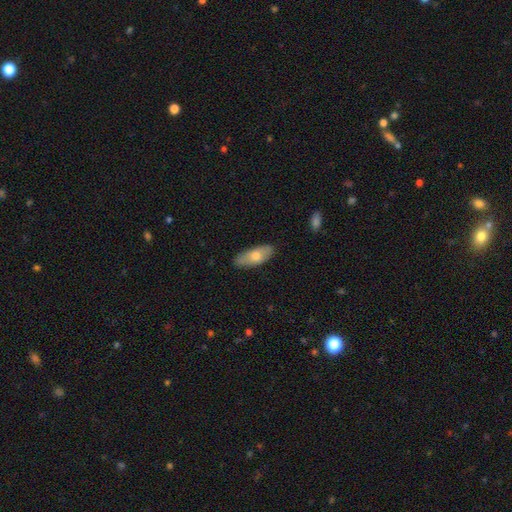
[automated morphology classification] smooth_or_featured: smooth (p=0.69) [alt: featured or disk p=0.25]
how_rounded: in between (p=0.78) [alt: cigar-shaped p=0.20]
merging: none (p=0.85) [alt: minor disturbance p=0.12]